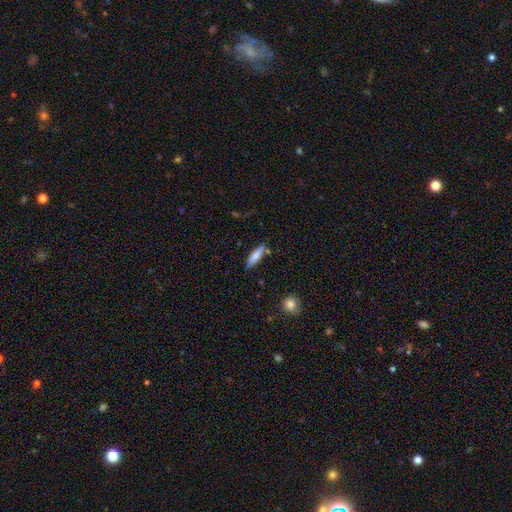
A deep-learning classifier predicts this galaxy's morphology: This appears to be a smooth galaxy with no disk features (77%) that is cigar-shaped (61%). Merging: none (79%).